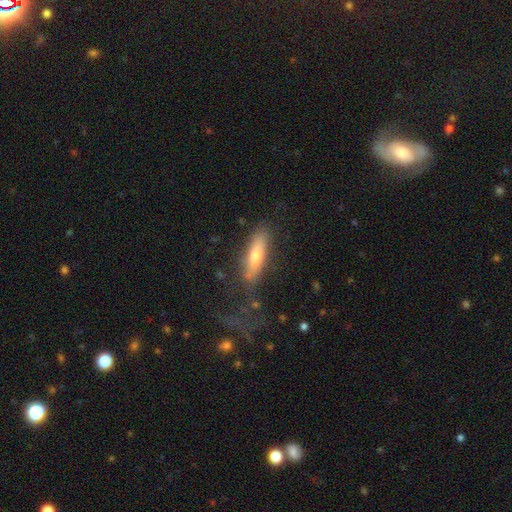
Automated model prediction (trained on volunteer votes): Smooth or featured: smooth — 54% (featured or disk — 36%)
How rounded: cigar-shaped — 65% (in between — 32%)
Merging: none — 53% (major disturbance — 21%)